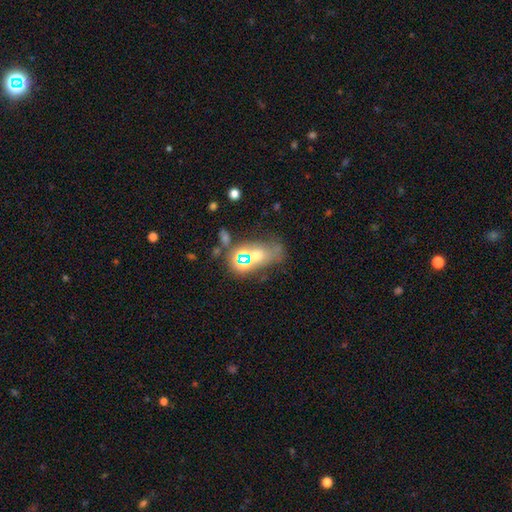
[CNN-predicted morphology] smooth_or_featured: smooth (p=0.37) [alt: featured or disk p=0.33]
merging: none (p=0.36) [alt: merger p=0.29]